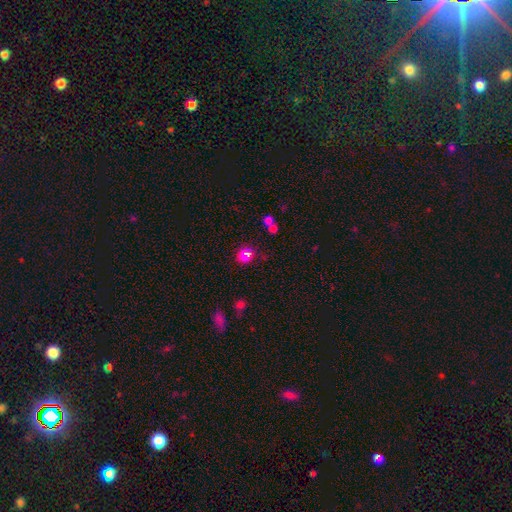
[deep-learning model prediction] Smooth or featured? smooth (64%)
How rounded? round (76%)
Merging? none (78%)